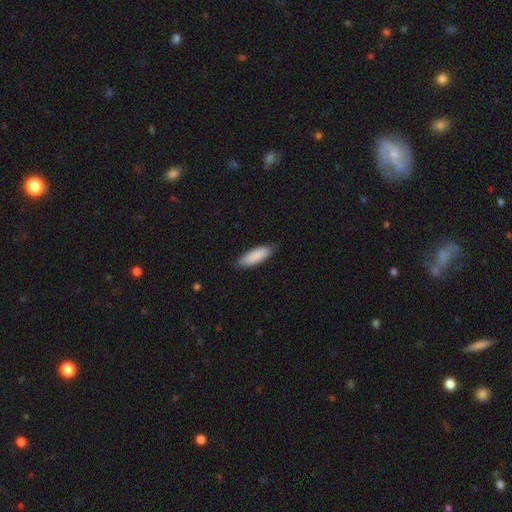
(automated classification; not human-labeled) The model was most divided on "how rounded": in between: 60%, cigar-shaped: 38%, round: 1%. More confident: smooth or featured — smooth (89%); merging — none (81%).